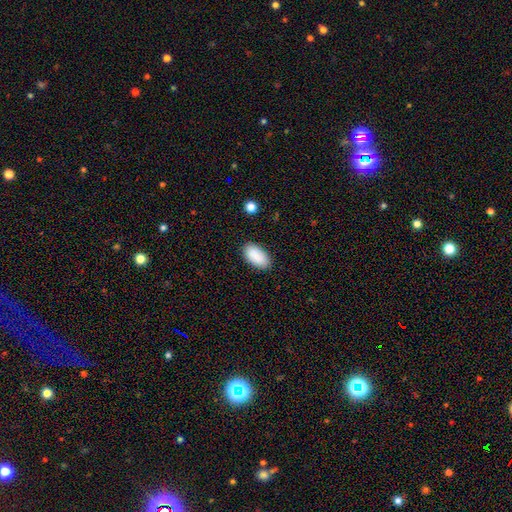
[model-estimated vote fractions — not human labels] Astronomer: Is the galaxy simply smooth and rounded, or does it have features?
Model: smooth — 90%.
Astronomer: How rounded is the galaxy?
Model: in between — 95%.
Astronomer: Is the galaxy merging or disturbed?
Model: none — 86%.